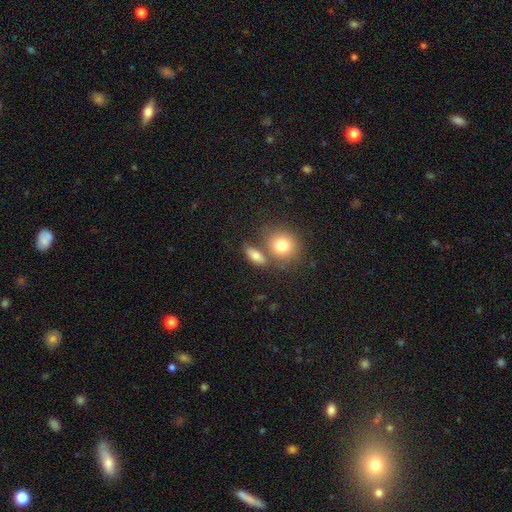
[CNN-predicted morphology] A smooth galaxy with no disk features (78%) that is in between round and cigar-shaped (67%). Merging: none (61%).